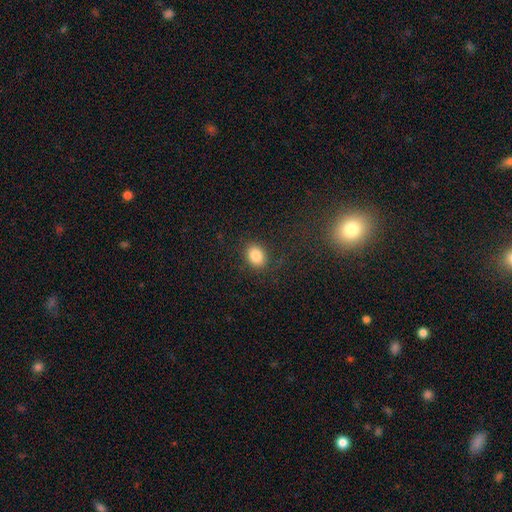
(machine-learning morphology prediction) smooth-or-featured: smooth: 83% | star or artifact: 10% | featured or disk: 6%
  how-rounded: in between: 55% | round: 44% | cigar-shaped: 1%
  merging: none: 85% | minor disturbance: 10% | major disturbance: 4% | merger: 1%